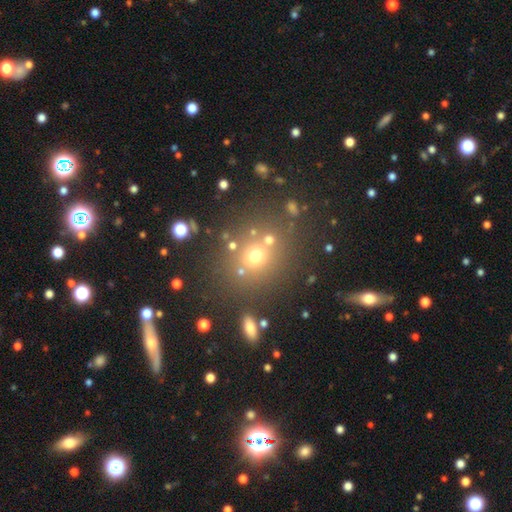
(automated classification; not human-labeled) A smooth galaxy with no disk features (60%) that is round (78%).

Vote fractions:
- Smooth or featured? smooth: 60% / star or artifact: 26% / featured or disk: 14%
- How rounded? round: 78% / in between: 20% / cigar-shaped: 1%
- Merging? none: 72% / merger: 13% / minor disturbance: 10% / major disturbance: 5%